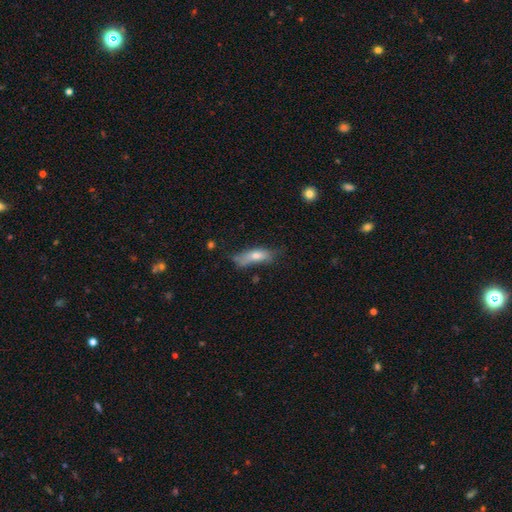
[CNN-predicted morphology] Smooth or featured? Predicted: smooth (p=0.66). How rounded? Predicted: cigar-shaped (p=0.49). Merging? Predicted: none (p=0.48).